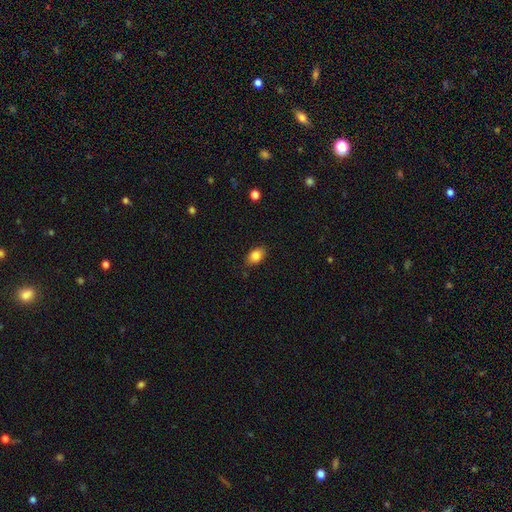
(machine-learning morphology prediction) smooth-or-featured: smooth: 85% | star or artifact: 9% | featured or disk: 7%
  how-rounded: in between: 81% | round: 18% | cigar-shaped: 2%
  merging: none: 82% | minor disturbance: 14% | major disturbance: 3% | merger: 1%